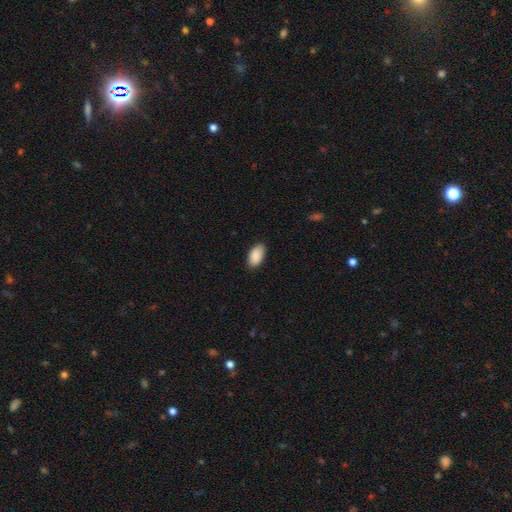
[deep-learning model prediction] smooth_or_featured: smooth (p=0.91) [alt: star or artifact p=0.06]
how_rounded: in between (p=0.95) [alt: round p=0.03]
merging: none (p=0.86) [alt: minor disturbance p=0.11]